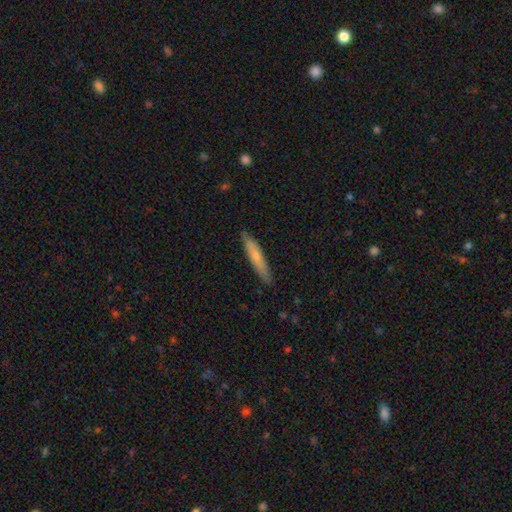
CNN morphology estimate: smooth 64%, featured or disk 30%, star or artifact 6%. Down the decision tree: how rounded — cigar-shaped (91%); merging — none (87%).